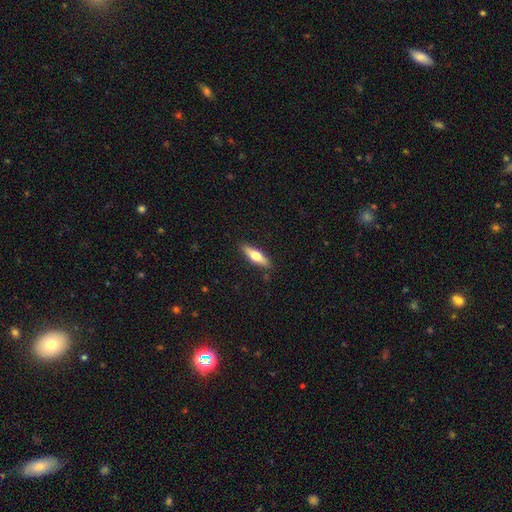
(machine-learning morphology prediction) The model was most divided on "how rounded": cigar-shaped: 59%, in between: 38%, round: 2%. More confident: merging — none (88%); smooth or featured — smooth (58%).